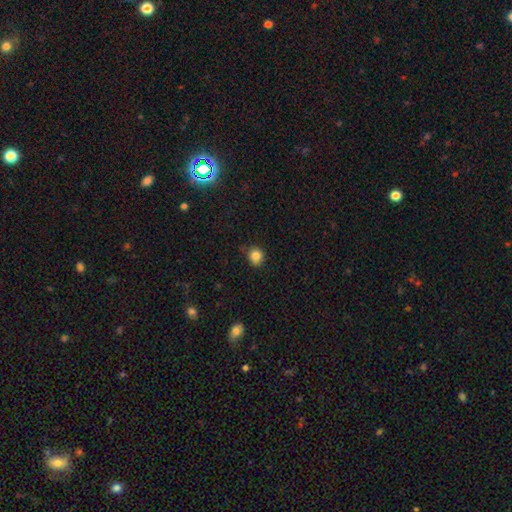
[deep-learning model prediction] Smooth or featured: smooth — 83% (star or artifact — 11%)
How rounded: round — 79% (in between — 20%)
Merging: none — 72% (minor disturbance — 22%)